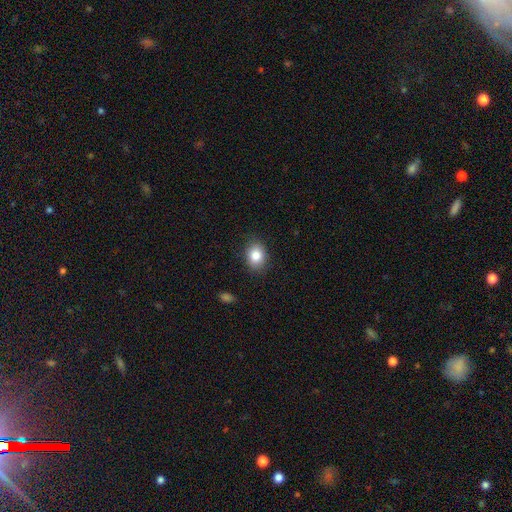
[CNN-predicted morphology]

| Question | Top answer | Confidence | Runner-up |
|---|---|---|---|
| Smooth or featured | smooth | 83% | star or artifact (9%) |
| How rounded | in between | 59% | round (40%) |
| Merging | none | 86% | minor disturbance (11%) |